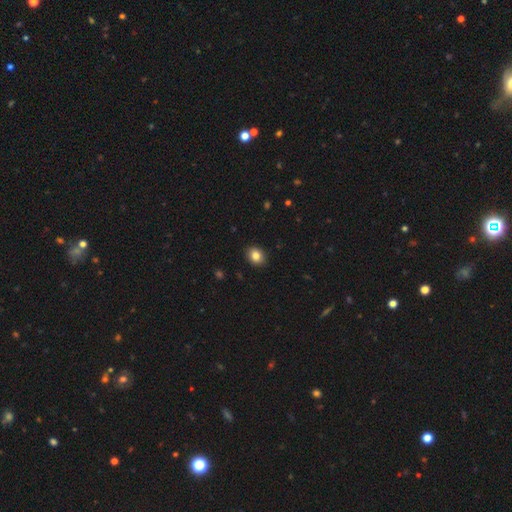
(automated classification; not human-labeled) This appears to be a smooth galaxy with no disk features (84%) that is round (53%). Merging: none (91%).